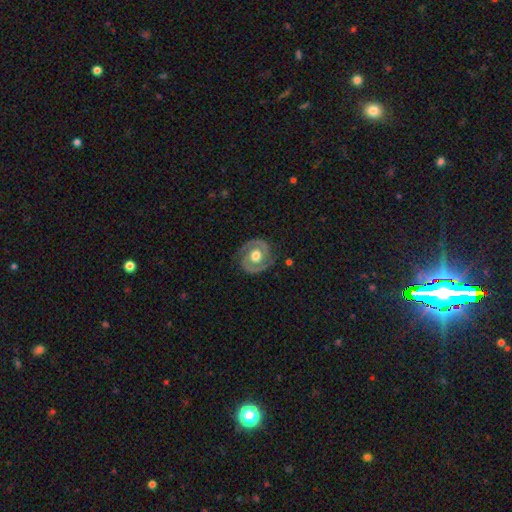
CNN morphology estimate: featured or disk 86%, smooth 10%, star or artifact 4%. Down the decision tree: edge-on disk — no (98%); bar — no (66%); spiral arms — yes (92%); spiral arm count — 2 (91%); spiral winding — tight (52%); bulge size — moderate (67%); merging — none (82%).